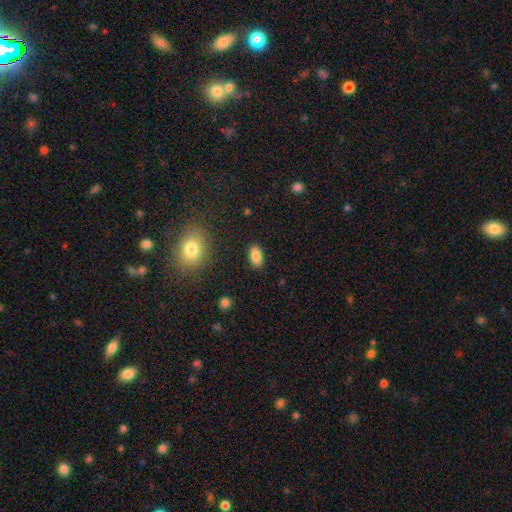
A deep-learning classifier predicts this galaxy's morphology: A smooth galaxy with no disk features (86%) that is in between round and cigar-shaped (92%).

Vote fractions:
- Smooth or featured? smooth: 86% / star or artifact: 8% / featured or disk: 6%
- How rounded? in between: 92% / round: 5% / cigar-shaped: 3%
- Merging? none: 88% / minor disturbance: 8% / major disturbance: 2% / merger: 1%